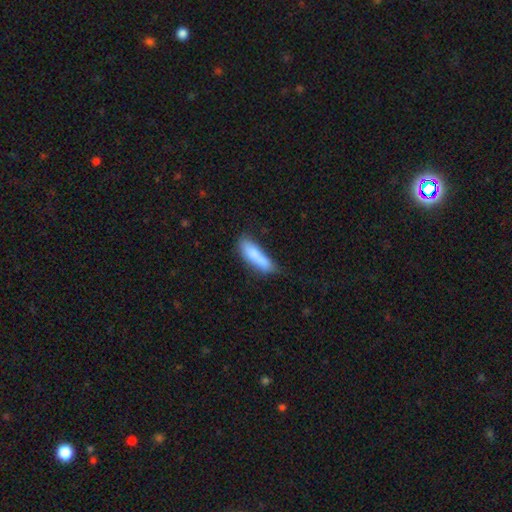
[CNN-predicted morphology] This appears to be a smooth galaxy with no disk features (78%) that is cigar-shaped (62%). Merging: none (48%).